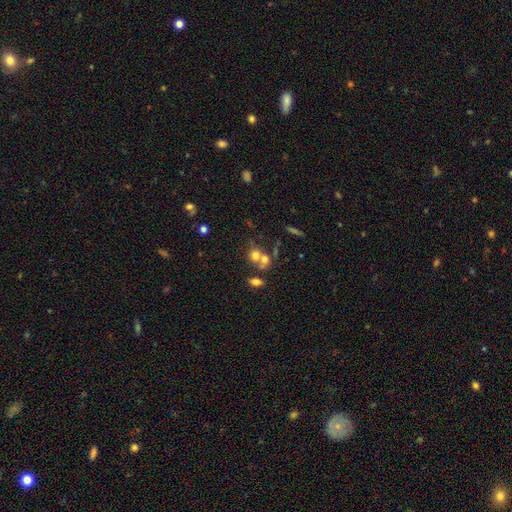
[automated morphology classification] Q: Smooth or featured?
A: smooth (66%); runner-up: featured or disk (18%)
Q: How rounded?
A: round (70%); runner-up: in between (29%)
Q: Merging?
A: merger (51%); runner-up: none (35%)